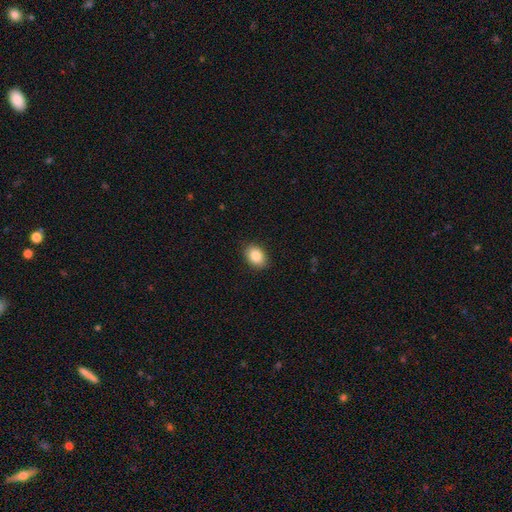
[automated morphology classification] This is clearly a smooth galaxy (86%). How rounded: likely in between (75%). Merging: clearly none (88%).